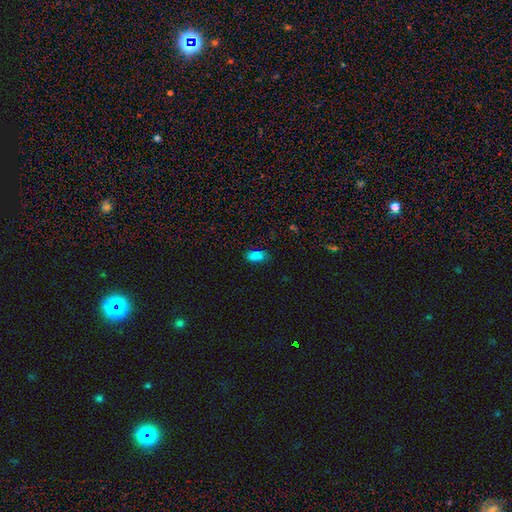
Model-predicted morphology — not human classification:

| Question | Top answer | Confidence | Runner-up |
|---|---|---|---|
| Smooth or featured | smooth | 74% | star or artifact (19%) |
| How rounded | in between | 89% | cigar-shaped (6%) |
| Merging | none | 65% | minor disturbance (24%) |